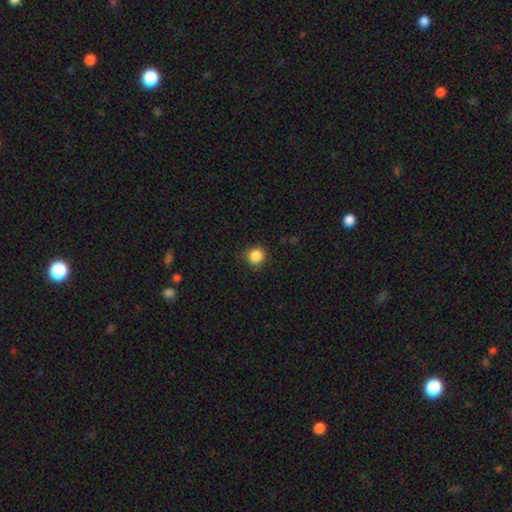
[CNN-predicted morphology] A smooth galaxy with no disk features (87%) that is round (90%).

Vote fractions:
- Smooth or featured? smooth: 87% / star or artifact: 10% / featured or disk: 3%
- How rounded? round: 90% / in between: 10% / cigar-shaped: 1%
- Merging? none: 85% / minor disturbance: 11% / major disturbance: 3% / merger: 1%